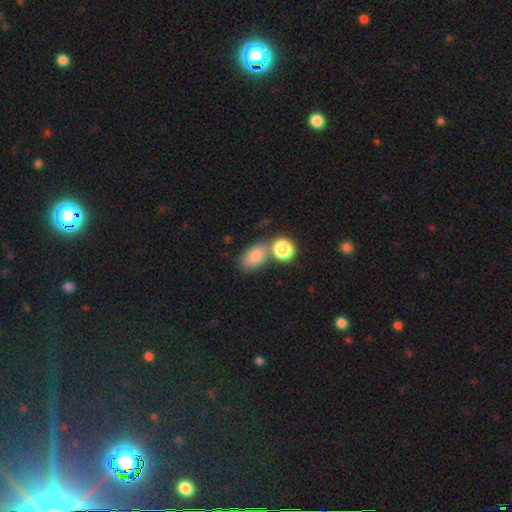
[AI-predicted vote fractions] The model was most divided on "merging": none: 57%, merger: 25%, minor disturbance: 14%, major disturbance: 5%. More confident: how rounded — in between (79%); smooth or featured — smooth (78%).